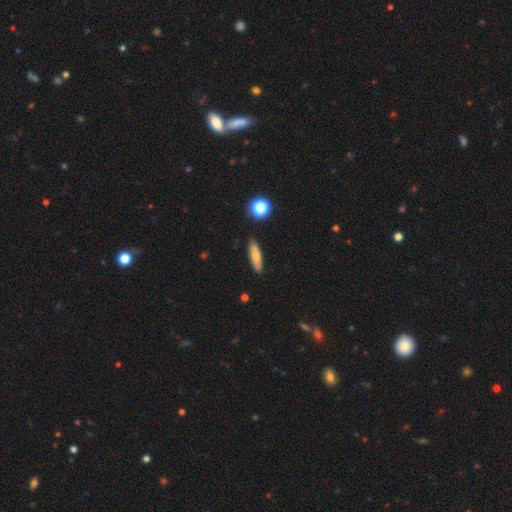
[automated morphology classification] Smooth or featured? smooth (73%)
How rounded? cigar-shaped (58%)
Merging? none (88%)